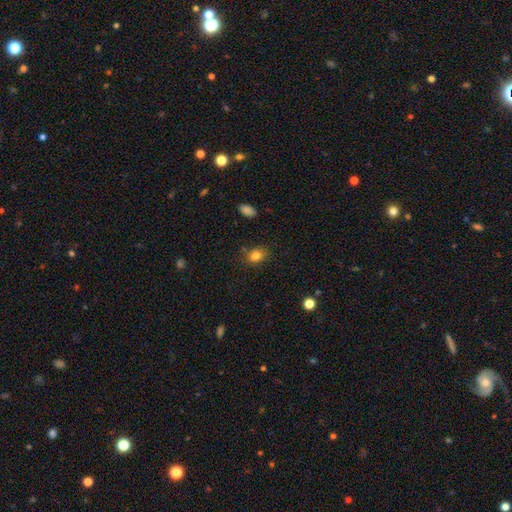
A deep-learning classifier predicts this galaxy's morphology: type=smooth (82%); roundness=in between (57%); merging=none (78%).